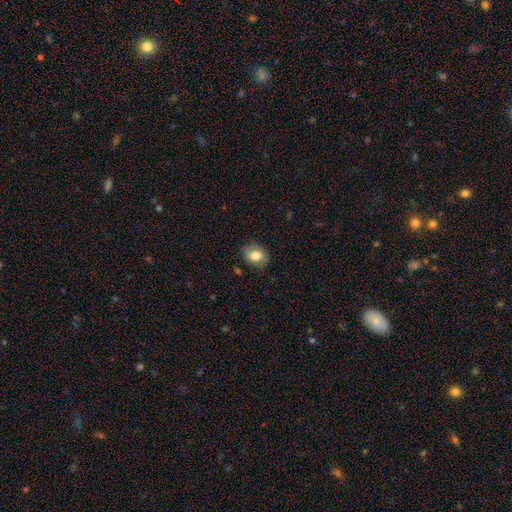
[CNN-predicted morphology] The model was most divided on "how rounded": in between: 63%, round: 36%, cigar-shaped: 1%. More confident: merging — none (80%); smooth or featured — smooth (77%).